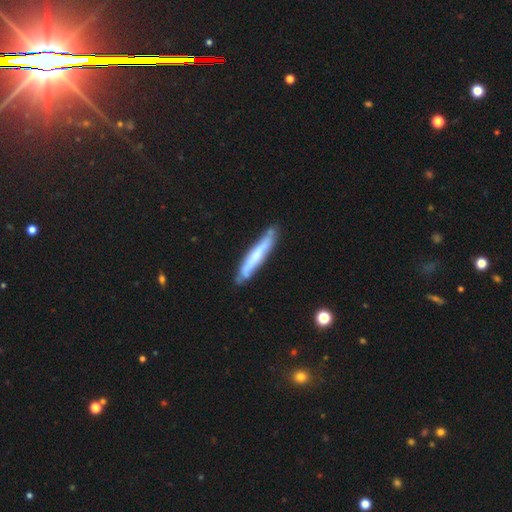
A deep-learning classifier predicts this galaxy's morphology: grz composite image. It shows a smooth galaxy with no disk features (48%). Merging: none (79%).